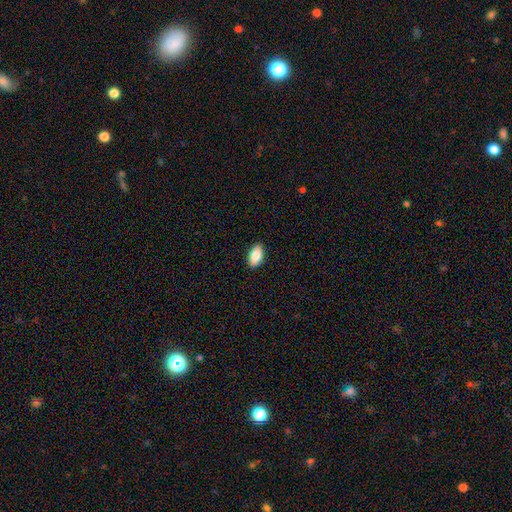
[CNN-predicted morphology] This is clearly a smooth galaxy (84%). How rounded: clearly in between (93%). Merging: clearly none (90%).